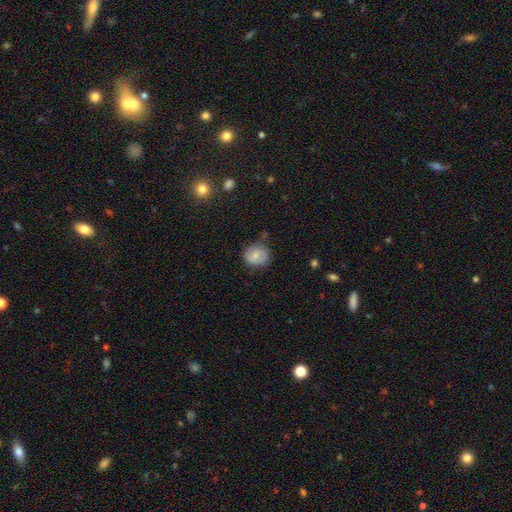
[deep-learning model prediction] Q: Smooth or featured?
A: smooth (63%); runner-up: featured or disk (29%)
Q: How rounded?
A: round (73%); runner-up: in between (26%)
Q: Merging?
A: none (67%); runner-up: minor disturbance (24%)